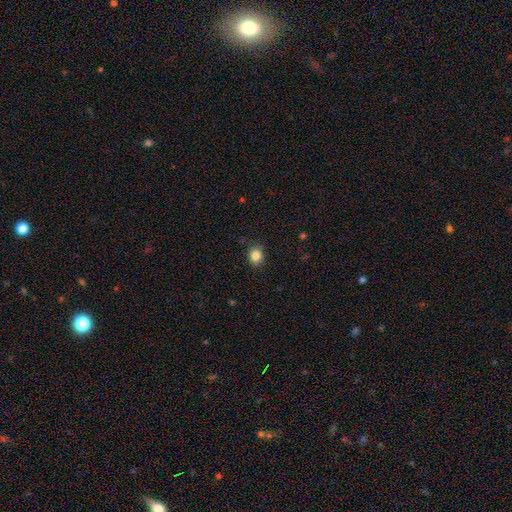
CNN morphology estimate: A smooth galaxy with no disk features (84%) that is round (65%).

Vote fractions:
- Smooth or featured? smooth: 84% / star or artifact: 11% / featured or disk: 5%
- How rounded? round: 65% / in between: 34% / cigar-shaped: 1%
- Merging? none: 84% / minor disturbance: 12% / major disturbance: 3% / merger: 1%